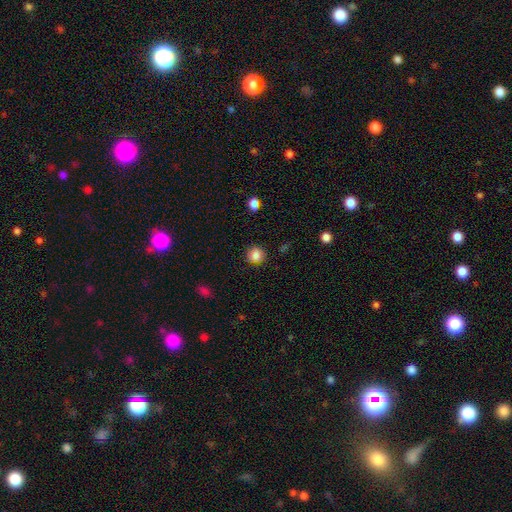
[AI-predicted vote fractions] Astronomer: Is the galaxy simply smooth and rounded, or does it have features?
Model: smooth — 84%.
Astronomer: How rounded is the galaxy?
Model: round — 88%.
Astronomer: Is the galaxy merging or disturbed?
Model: none — 86%.